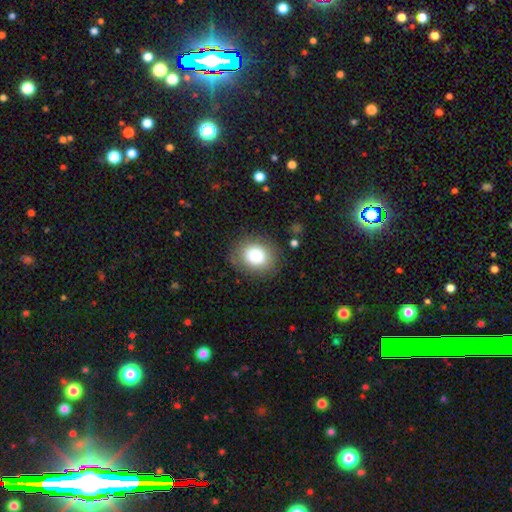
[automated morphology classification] Q: Smooth or featured?
A: smooth (78%); runner-up: featured or disk (13%)
Q: How rounded?
A: round (64%); runner-up: in between (36%)
Q: Merging?
A: none (83%); runner-up: minor disturbance (11%)